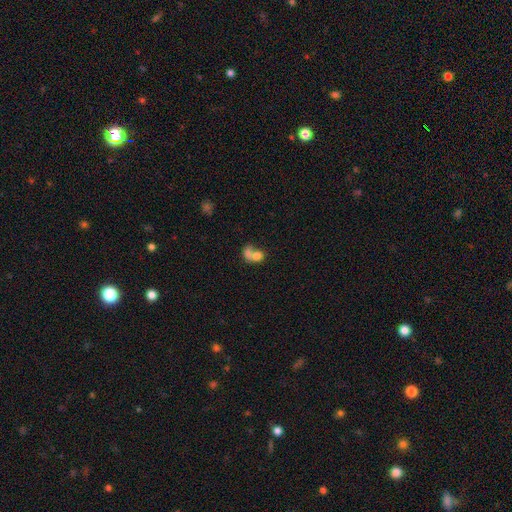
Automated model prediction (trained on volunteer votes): Smooth or featured? smooth (71%)
How rounded? round (50%)
Merging? merger (65%)